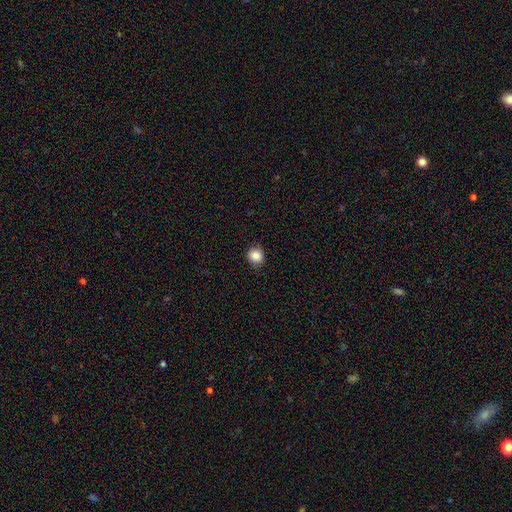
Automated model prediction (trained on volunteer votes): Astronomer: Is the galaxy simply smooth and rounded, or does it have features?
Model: smooth — 87%.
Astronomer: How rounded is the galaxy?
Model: round — 86%.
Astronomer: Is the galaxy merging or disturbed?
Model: none — 88%.